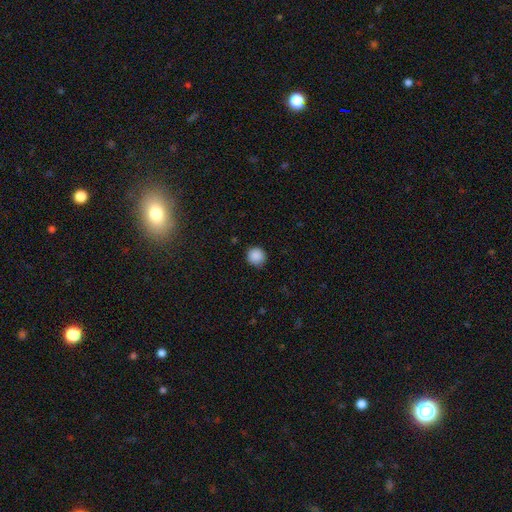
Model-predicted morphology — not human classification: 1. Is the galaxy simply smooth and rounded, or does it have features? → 88% smooth, 9% star or artifact, 2% featured or disk.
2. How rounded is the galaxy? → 94% round, 5% in between, 1% cigar-shaped.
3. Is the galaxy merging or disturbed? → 89% none, 8% minor disturbance, 2% major disturbance, 1% merger.